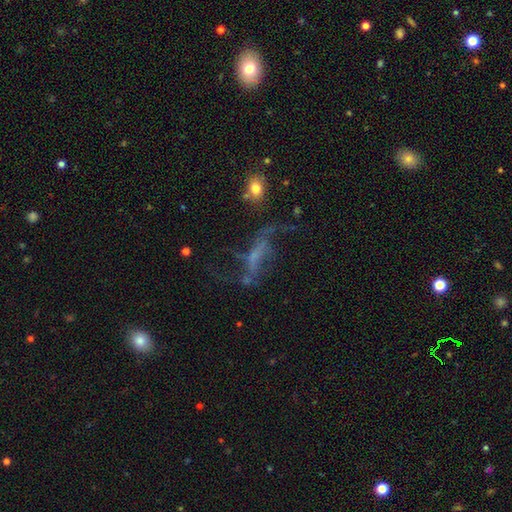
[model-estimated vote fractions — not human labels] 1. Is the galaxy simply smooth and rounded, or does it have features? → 55% featured or disk, 24% smooth, 20% star or artifact.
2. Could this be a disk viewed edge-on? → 80% no, 20% yes.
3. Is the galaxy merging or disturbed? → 39% major disturbance, 35% none, 17% minor disturbance, 9% merger.